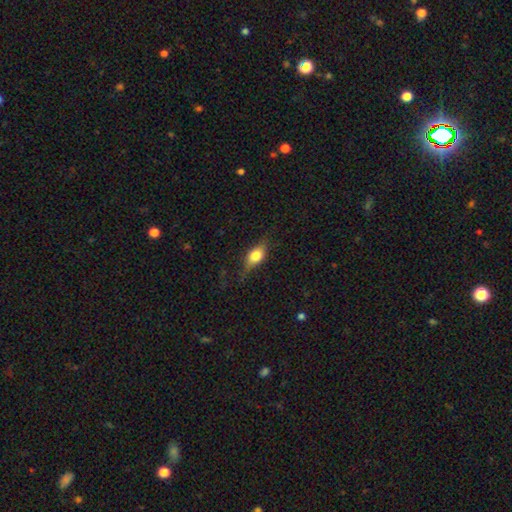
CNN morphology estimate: This appears to be a smooth galaxy with no disk features (60%) that is in between round and cigar-shaped (71%). Merging: none (67%).